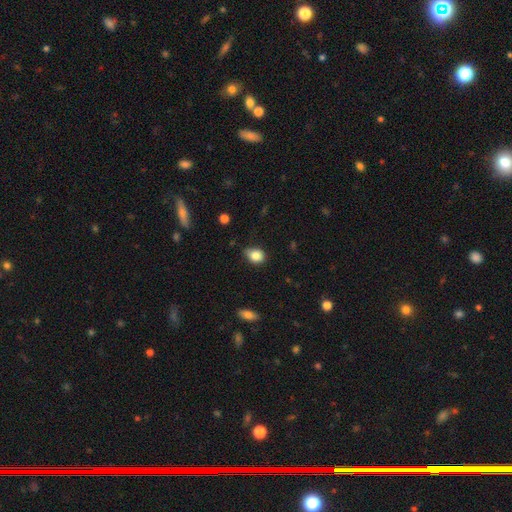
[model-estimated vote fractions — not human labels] A smooth galaxy with no disk features (83%) that is in between round and cigar-shaped (51%). Merging: none (59%).